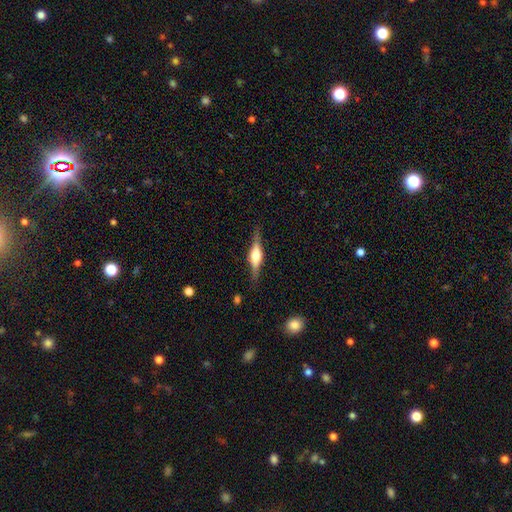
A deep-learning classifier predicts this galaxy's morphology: smooth-or-featured: featured or disk: 74% | smooth: 20% | star or artifact: 6%
  disk-edge-on: yes: 97% | no: 3%
    edge-on-bulge: rounded: 88% | boxy: 11% | none: 2%
  merging: none: 85% | minor disturbance: 11% | major disturbance: 3% | merger: 1%